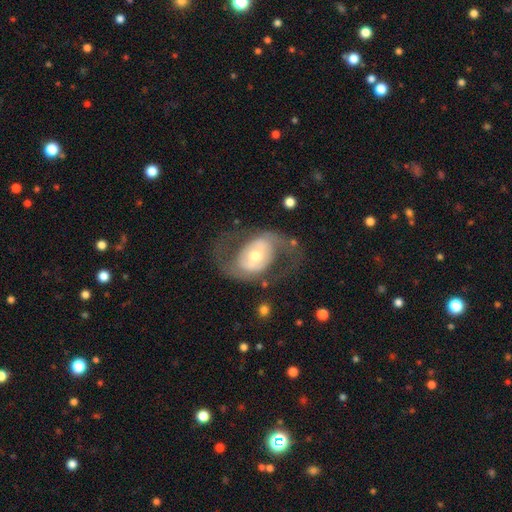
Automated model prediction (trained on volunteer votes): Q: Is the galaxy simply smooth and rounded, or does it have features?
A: featured or disk — 77%.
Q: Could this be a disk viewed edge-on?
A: no — 95%.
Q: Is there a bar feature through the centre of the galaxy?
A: no — 39%.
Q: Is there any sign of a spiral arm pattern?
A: yes — 69%.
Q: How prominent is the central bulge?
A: moderate — 61%.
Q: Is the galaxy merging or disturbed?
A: none — 63%.